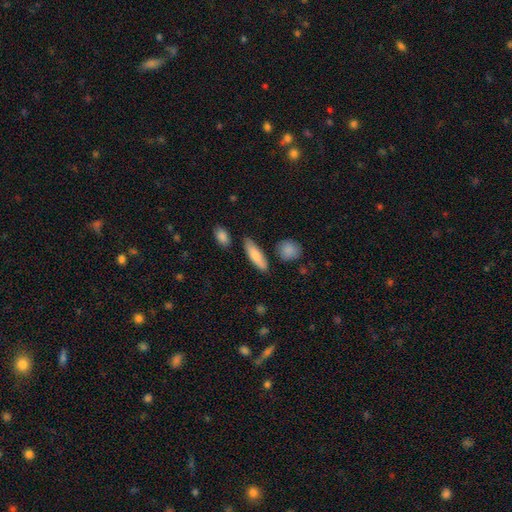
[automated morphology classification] Overall: smooth (79%). How rounded: cigar-shaped (54%; in between 44%). Merging: none (83%).